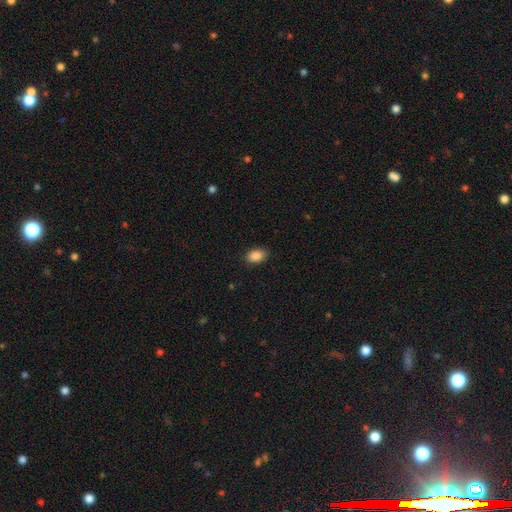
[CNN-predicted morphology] smooth-or-featured: smooth: 88% | star or artifact: 8% | featured or disk: 4%
  how-rounded: in between: 88% | round: 11% | cigar-shaped: 1%
  merging: none: 86% | minor disturbance: 11% | major disturbance: 2% | merger: 1%